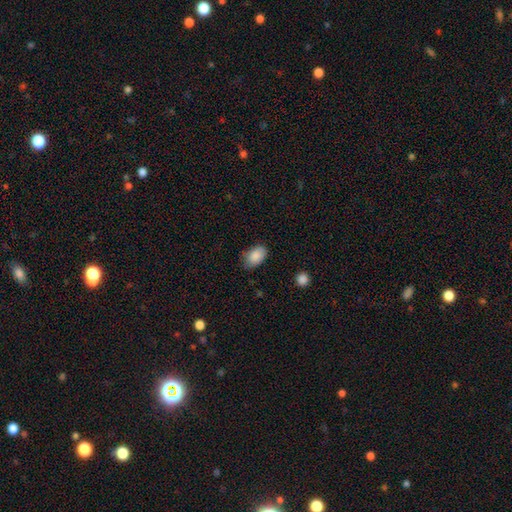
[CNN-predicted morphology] Smooth or featured? Predicted: smooth (p=0.87). How rounded? Predicted: in between (p=0.88). Merging? Predicted: none (p=0.71).